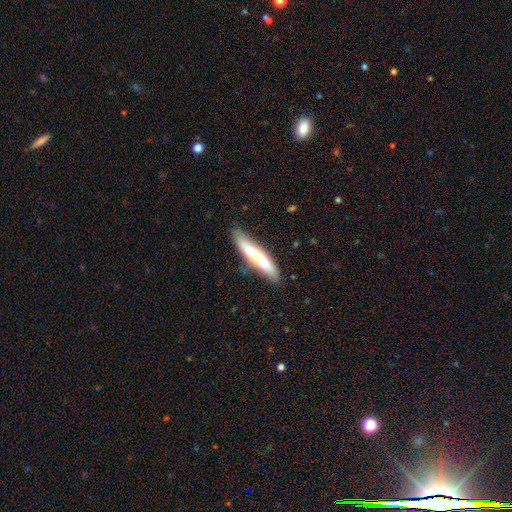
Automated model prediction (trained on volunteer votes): Smooth or featured: smooth — 69% (featured or disk — 25%)
How rounded: cigar-shaped — 91% (in between — 8%)
Merging: none — 80% (minor disturbance — 15%)